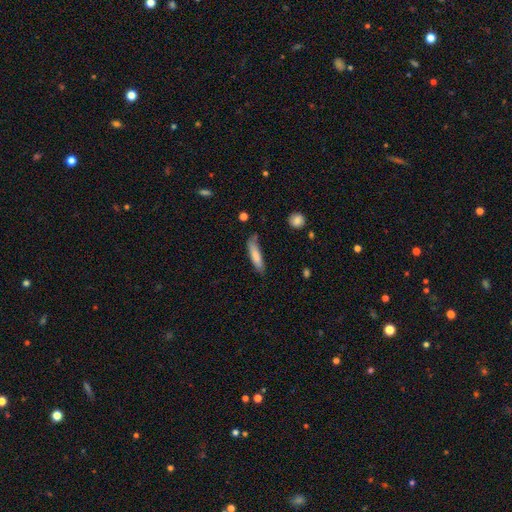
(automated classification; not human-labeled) Morphology: type=smooth (77%); roundness=cigar-shaped (76%); merging=none (70%).